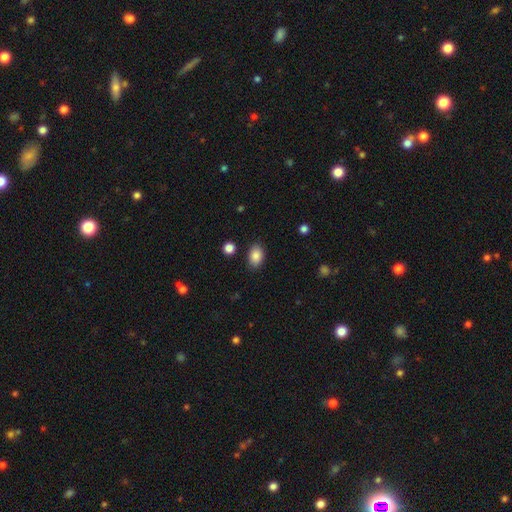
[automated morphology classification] type=smooth (87%); roundness=in between (86%); merging=none (85%).